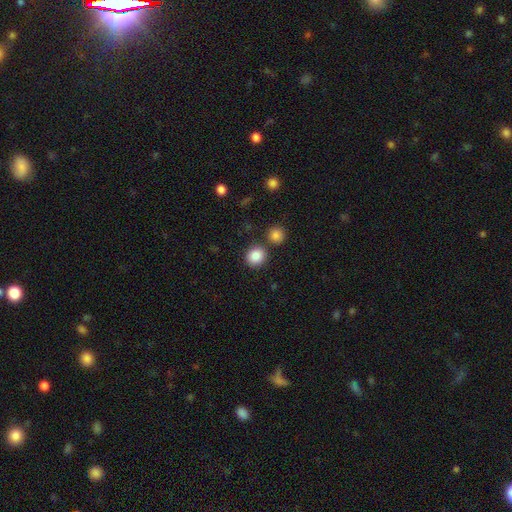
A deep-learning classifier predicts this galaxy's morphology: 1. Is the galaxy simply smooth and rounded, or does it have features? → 87% smooth, 9% star or artifact, 4% featured or disk.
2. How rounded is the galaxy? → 83% round, 16% in between, 1% cigar-shaped.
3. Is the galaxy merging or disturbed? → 79% none, 10% merger, 8% minor disturbance, 3% major disturbance.